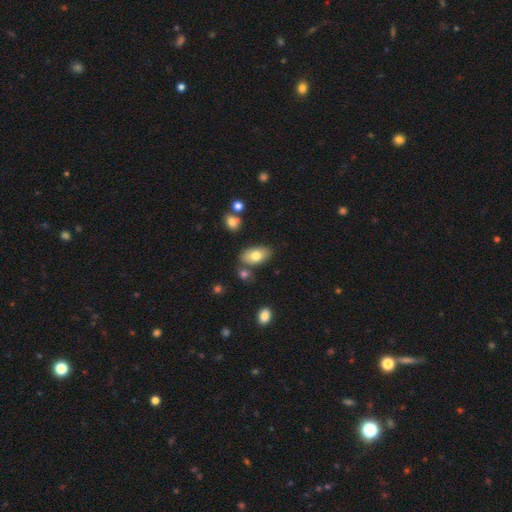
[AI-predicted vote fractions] Smooth or featured? smooth (76%)
How rounded? in between (93%)
Merging? none (75%)